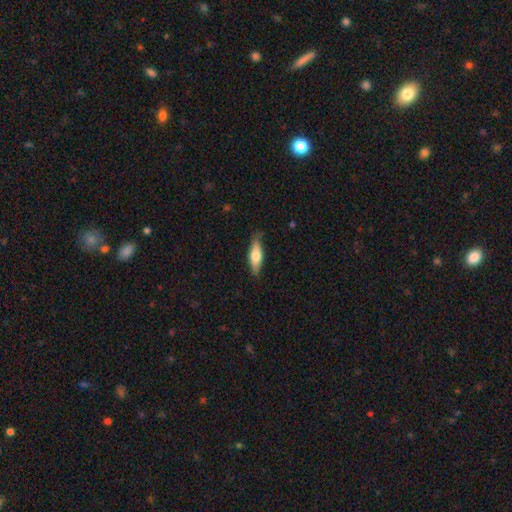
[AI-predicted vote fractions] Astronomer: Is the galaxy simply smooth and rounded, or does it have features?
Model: smooth — 65%.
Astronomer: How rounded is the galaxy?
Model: in between — 49% (runner-up: cigar-shaped, 48%).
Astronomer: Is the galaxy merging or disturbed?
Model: none — 79%.